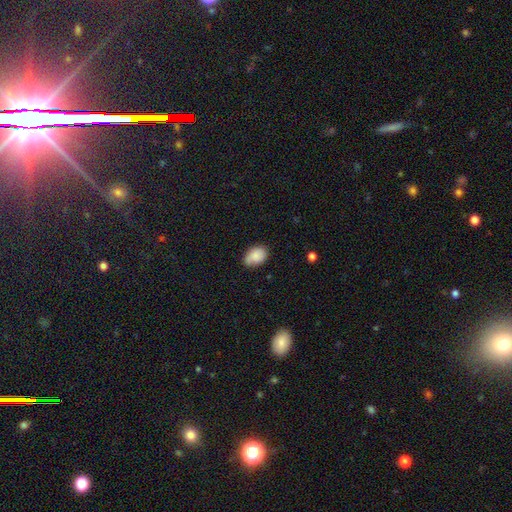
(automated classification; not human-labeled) Morphology: type=smooth (82%); roundness=in between (82%); merging=none (69%).